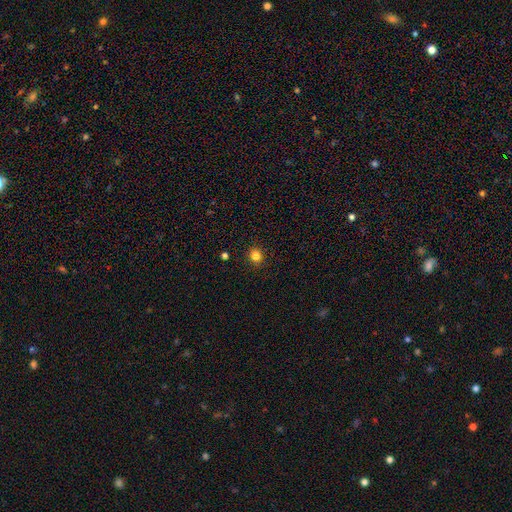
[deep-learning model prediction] Smooth or featured?
  - smooth: 83% *
  - star or artifact: 13%
  - featured or disk: 4%
How rounded?
  - round: 84% *
  - in between: 15%
  - cigar-shaped: 1%
Merging?
  - none: 92% *
  - minor disturbance: 5%
  - major disturbance: 2%
  - merger: 1%